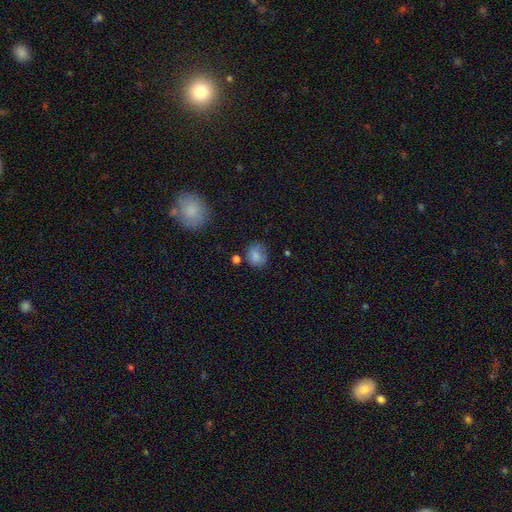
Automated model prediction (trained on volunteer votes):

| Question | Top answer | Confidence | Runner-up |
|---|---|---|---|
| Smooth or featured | smooth | 81% | star or artifact (11%) |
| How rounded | round | 62% | in between (37%) |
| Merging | none | 63% | minor disturbance (23%) |